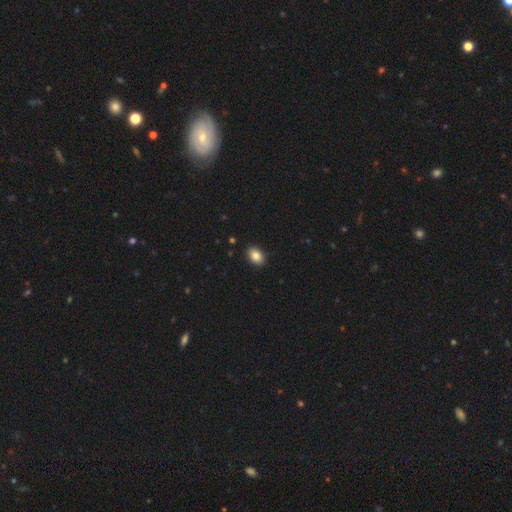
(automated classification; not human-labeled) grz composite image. It shows a smooth galaxy with no disk features (85%) that is in between round and cigar-shaped (81%). Merging: none (90%).